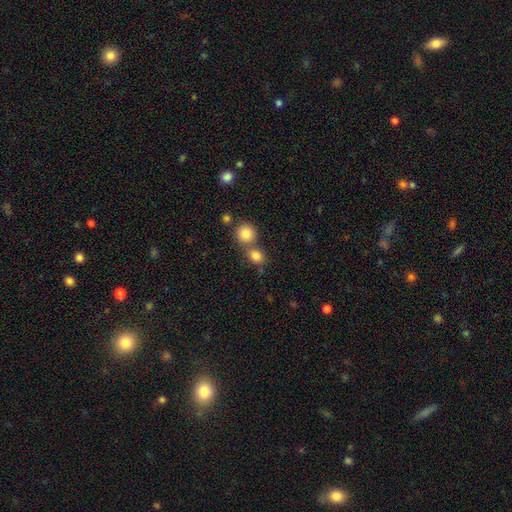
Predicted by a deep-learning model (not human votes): Overall: smooth (83%). How rounded: round (70%). Merging: none (52%; merger 37%).